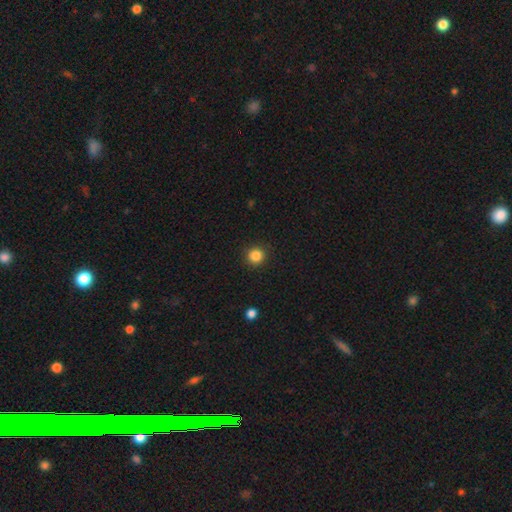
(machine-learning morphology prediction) The model was most divided on "smooth or featured": smooth: 85%, star or artifact: 11%, featured or disk: 4%. More confident: how rounded — round (94%); merging — none (91%).